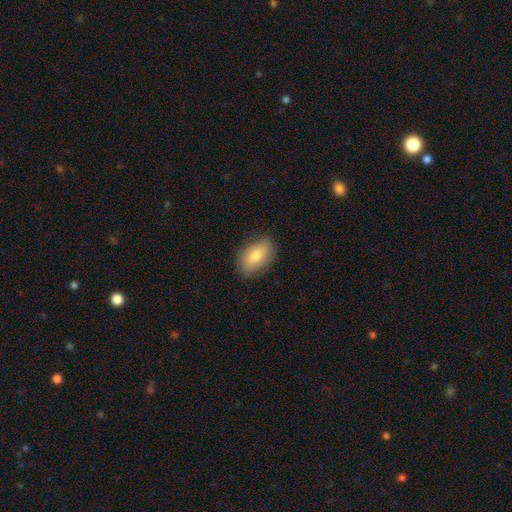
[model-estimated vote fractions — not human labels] Overall: smooth (77%). How rounded: in between (90%). Merging: none (85%).